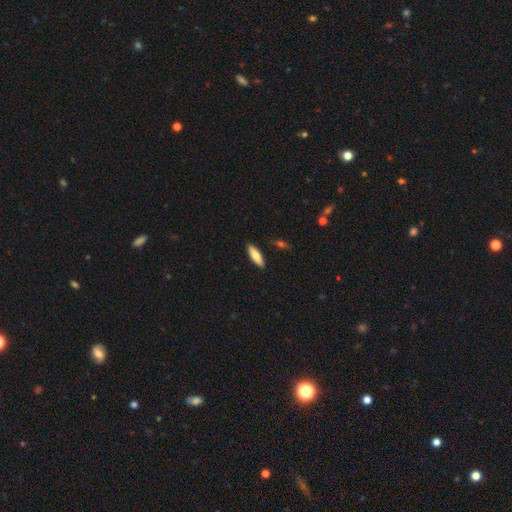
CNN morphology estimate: Smooth or featured? Predicted: smooth (p=0.78). How rounded? Predicted: cigar-shaped (p=0.55). Merging? Predicted: none (p=0.89).